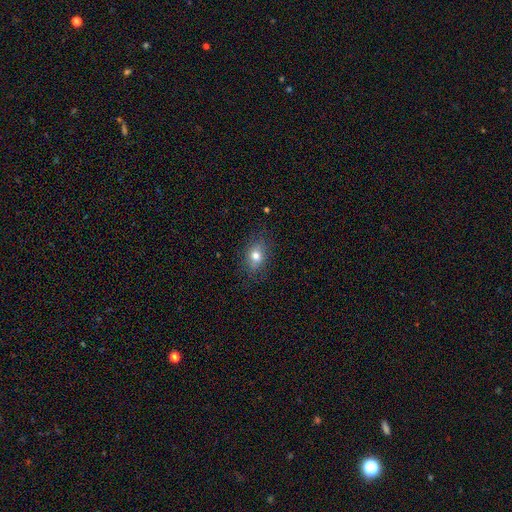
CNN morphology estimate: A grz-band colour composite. It shows a smooth galaxy with no disk features (75%) that is in between round and cigar-shaped (66%). Merging: none (81%).